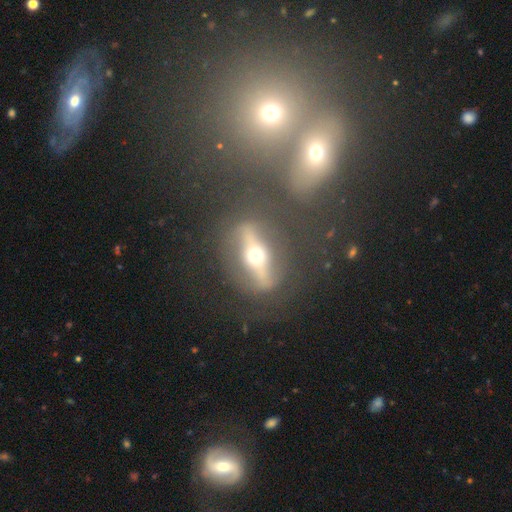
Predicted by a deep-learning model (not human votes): smooth-or-featured: featured or disk: 74% | smooth: 18% | star or artifact: 8%
  disk-edge-on: yes: 59% | no: 41%
  merging: none: 73% | minor disturbance: 12% | major disturbance: 8% | merger: 7%